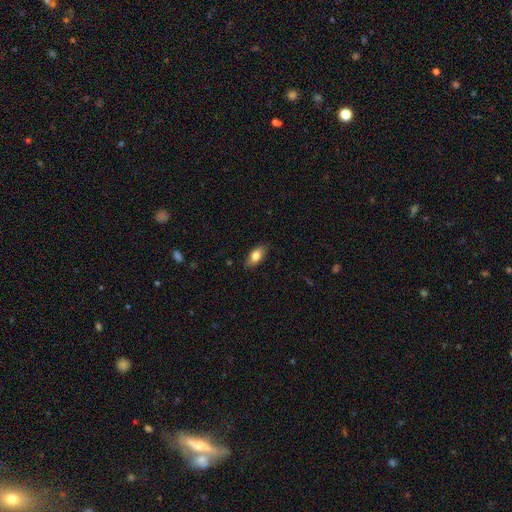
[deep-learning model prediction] This is clearly a smooth galaxy (80%). How rounded: clearly in between (89%). Merging: clearly none (86%).